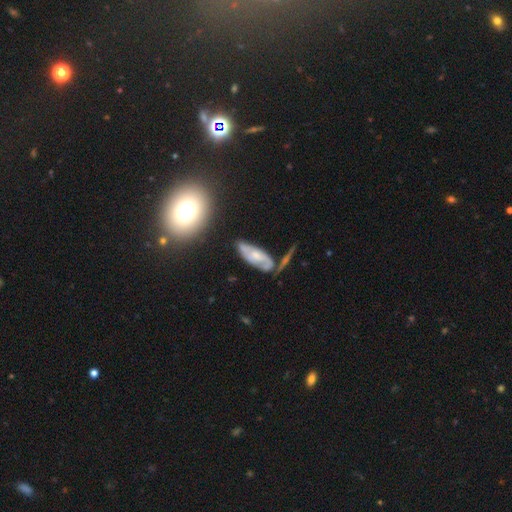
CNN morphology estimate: Overall: featured or disk (67%). Edge-on disk: no (87%). Bar: no (64%; weak 29%). Spiral arms: yes (82%). Bulge size: small (49%; moderate 41%). Merging: none (54%; minor disturbance 23%).